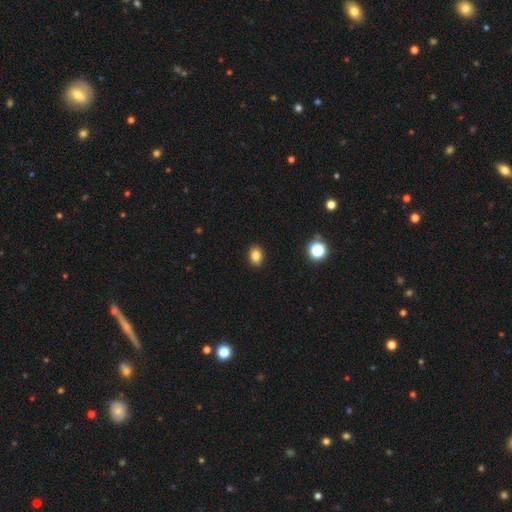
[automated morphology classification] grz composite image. It shows a smooth galaxy with no disk features (83%) that is in between round and cigar-shaped (61%). Merging: none (90%).